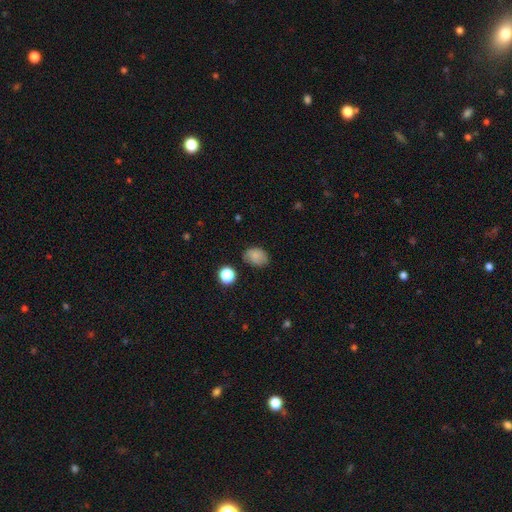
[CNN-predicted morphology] Smooth or featured: smooth — 78% (star or artifact — 12%)
How rounded: in between — 69% (round — 30%)
Merging: none — 67% (minor disturbance — 24%)